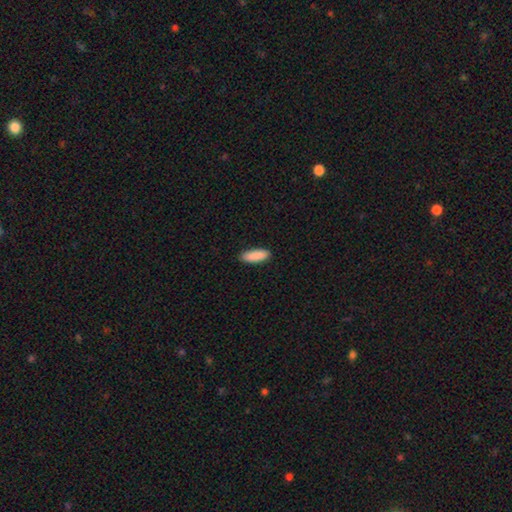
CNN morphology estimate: Q: Smooth or featured?
A: smooth (90%); runner-up: star or artifact (6%)
Q: How rounded?
A: in between (59%); runner-up: cigar-shaped (39%)
Q: Merging?
A: none (90%); runner-up: minor disturbance (8%)